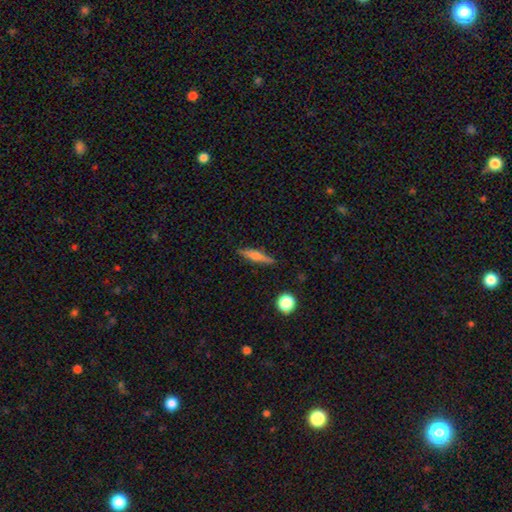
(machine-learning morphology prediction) Smooth or featured: smooth — 53% (featured or disk — 39%)
How rounded: cigar-shaped — 82% (in between — 15%)
Merging: none — 86% (minor disturbance — 10%)